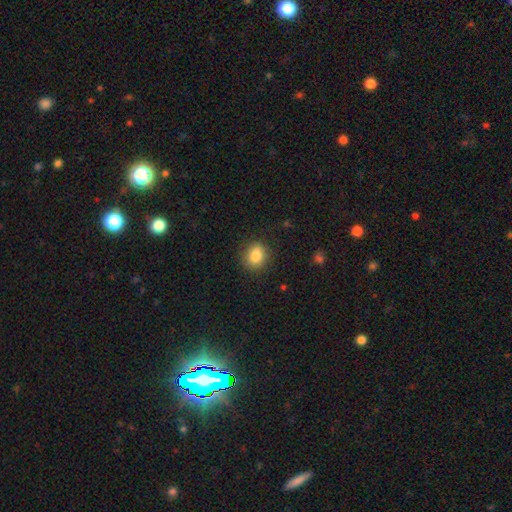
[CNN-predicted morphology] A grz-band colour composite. It shows a smooth galaxy with no disk features (83%) that is round (70%). Merging: none (85%).